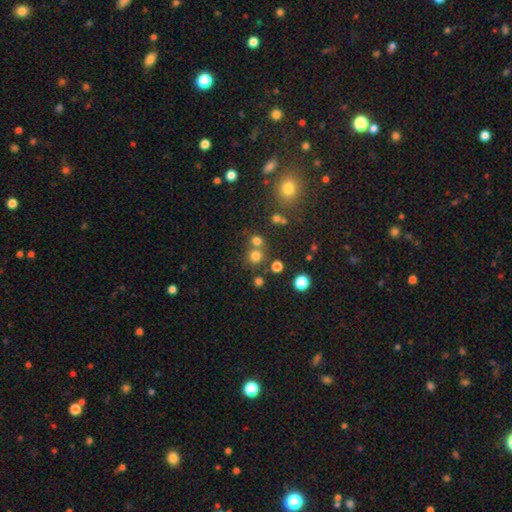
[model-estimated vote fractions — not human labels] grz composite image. It shows a smooth galaxy with no disk features (72%) that is round (87%). Merging: none (63%).